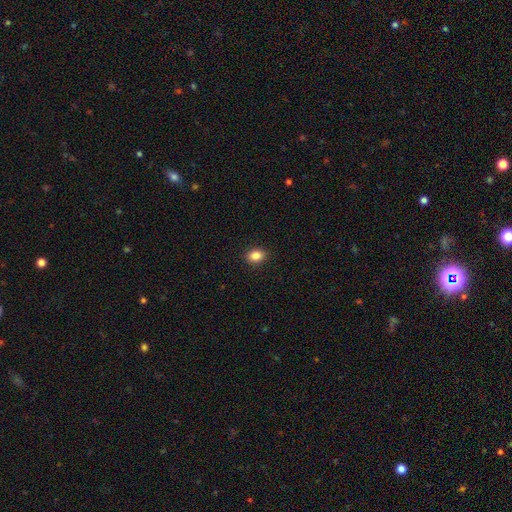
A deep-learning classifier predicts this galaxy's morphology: smooth 85%, star or artifact 9%, featured or disk 5%. Down the decision tree: how rounded — in between (67%); merging — none (91%).